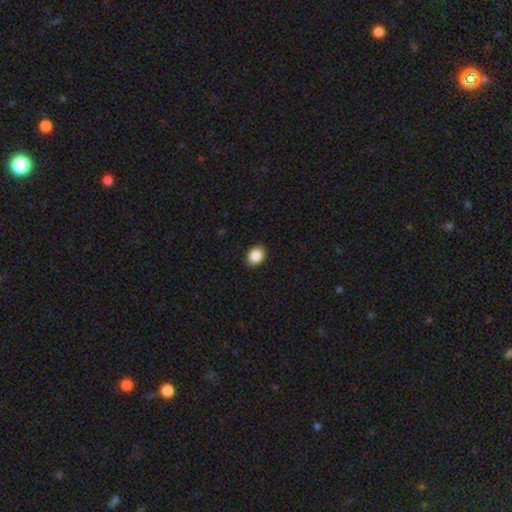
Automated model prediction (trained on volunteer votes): Q: Smooth or featured?
A: smooth (88%); runner-up: star or artifact (8%)
Q: How rounded?
A: in between (69%); runner-up: round (30%)
Q: Merging?
A: none (90%); runner-up: minor disturbance (7%)